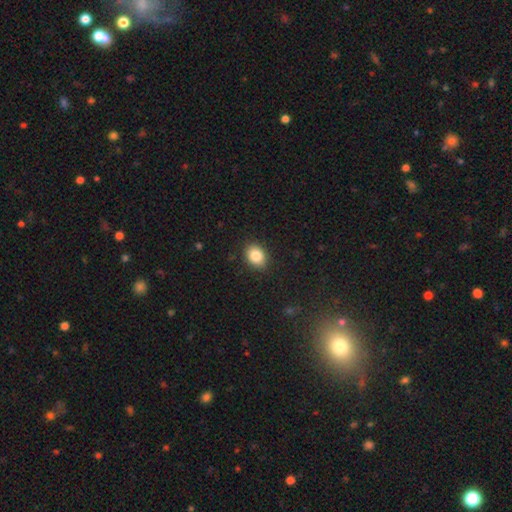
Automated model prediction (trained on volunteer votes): smooth-or-featured: smooth: 85% | star or artifact: 9% | featured or disk: 6%
  how-rounded: in between: 59% | round: 40% | cigar-shaped: 1%
  merging: none: 86% | minor disturbance: 10% | major disturbance: 2% | merger: 1%